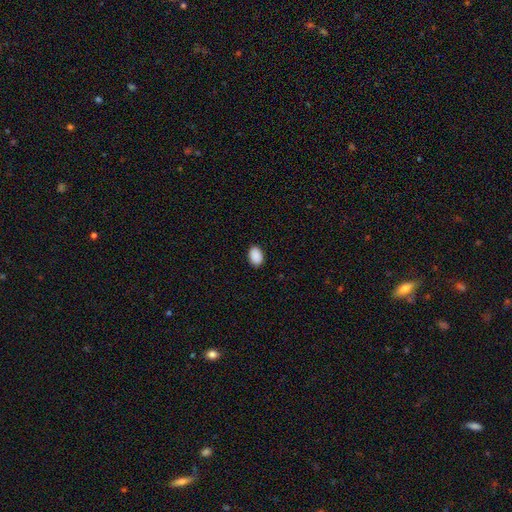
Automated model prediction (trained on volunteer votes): A smooth galaxy with no disk features (90%) that is in between round and cigar-shaped (84%).

Vote fractions:
- Smooth or featured? smooth: 90% / star or artifact: 7% / featured or disk: 3%
- How rounded? in between: 84% / round: 15% / cigar-shaped: 1%
- Merging? none: 89% / minor disturbance: 8% / major disturbance: 2% / merger: 1%